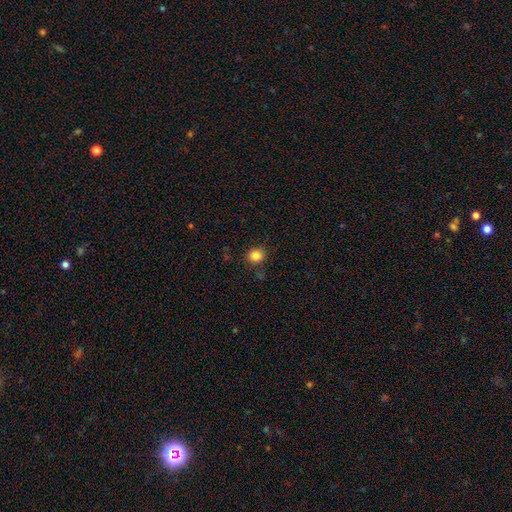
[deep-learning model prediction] Q: Smooth or featured?
A: smooth (84%); runner-up: star or artifact (12%)
Q: How rounded?
A: round (84%); runner-up: in between (15%)
Q: Merging?
A: none (86%); runner-up: minor disturbance (9%)